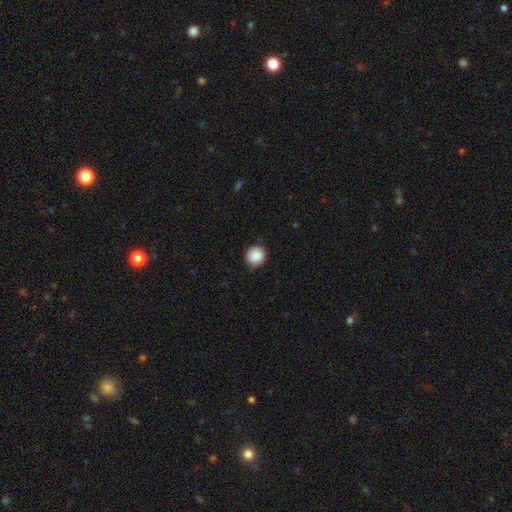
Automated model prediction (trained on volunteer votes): Smooth or featured? Predicted: smooth (p=0.88). How rounded? Predicted: round (p=0.89). Merging? Predicted: none (p=0.84).